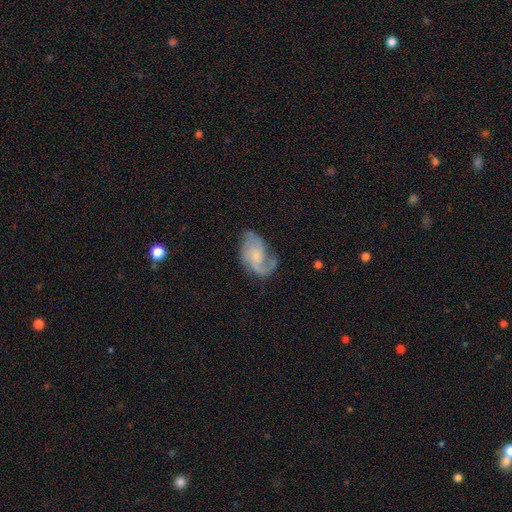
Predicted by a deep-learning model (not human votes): The model was most divided on "spiral winding": medium: 45%, loose: 36%, tight: 19%. More confident: edge-on disk — no (97%); spiral arms — yes (94%); smooth or featured — featured or disk (78%); bar — no (63%); spiral arm count — 2 (61%); merging — none (54%); bulge size — small (54%).